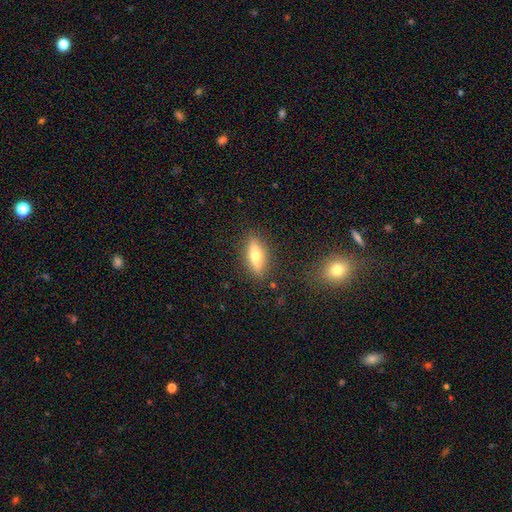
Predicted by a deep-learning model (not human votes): smooth-or-featured: smooth: 53% | featured or disk: 39% | star or artifact: 8%
  how-rounded: in between: 50% | cigar-shaped: 47% | round: 3%
  merging: none: 86% | minor disturbance: 9% | major disturbance: 3% | merger: 2%